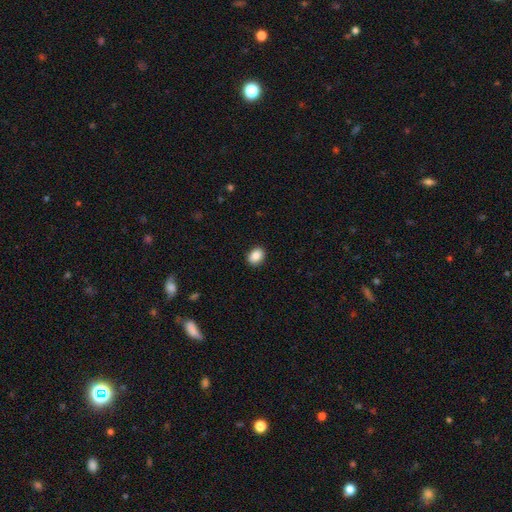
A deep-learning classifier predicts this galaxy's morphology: A smooth galaxy with no disk features (87%) that is in between round and cigar-shaped (66%).

Vote fractions:
- Smooth or featured? smooth: 87% / star or artifact: 8% / featured or disk: 5%
- How rounded? in between: 66% / round: 33% / cigar-shaped: 1%
- Merging? none: 90% / minor disturbance: 7% / major disturbance: 2% / merger: 1%